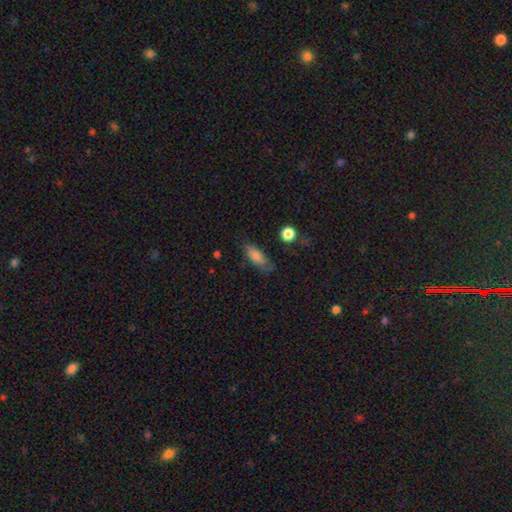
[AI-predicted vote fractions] The model was most divided on "how rounded": in between: 69%, cigar-shaped: 27%, round: 4%. More confident: smooth or featured — smooth (79%); merging — none (67%).